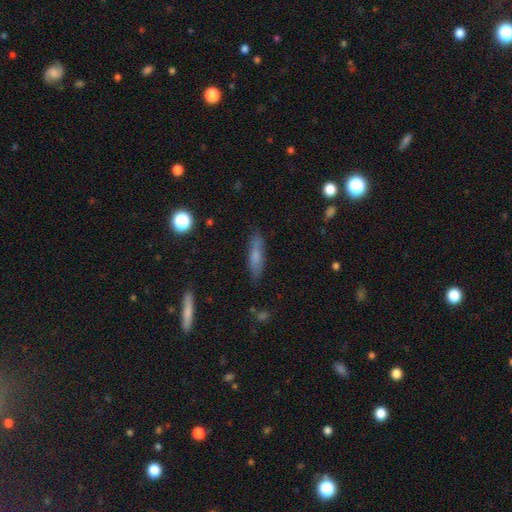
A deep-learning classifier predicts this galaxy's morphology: Q: Smooth or featured?
A: smooth (67%); runner-up: featured or disk (24%)
Q: How rounded?
A: cigar-shaped (70%); runner-up: in between (28%)
Q: Merging?
A: none (83%); runner-up: minor disturbance (13%)